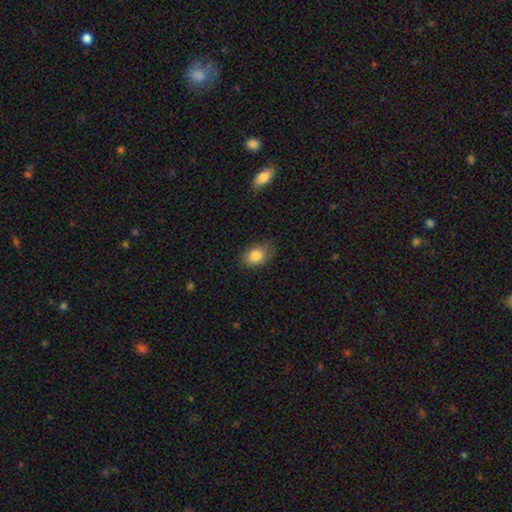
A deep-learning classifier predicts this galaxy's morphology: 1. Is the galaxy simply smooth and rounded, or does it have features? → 84% smooth, 9% star or artifact, 7% featured or disk.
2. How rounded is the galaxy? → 75% in between, 24% round, 1% cigar-shaped.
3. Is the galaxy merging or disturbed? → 80% none, 15% minor disturbance, 4% major disturbance, 1% merger.